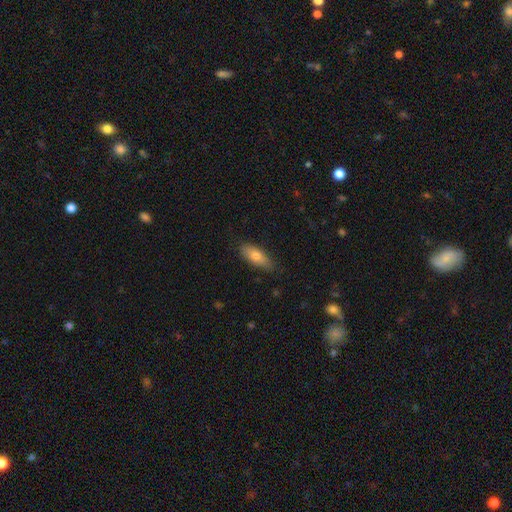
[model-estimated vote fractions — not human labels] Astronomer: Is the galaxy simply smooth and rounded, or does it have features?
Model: smooth — 76%.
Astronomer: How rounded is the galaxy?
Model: in between — 74%.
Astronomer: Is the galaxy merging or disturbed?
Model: none — 79%.